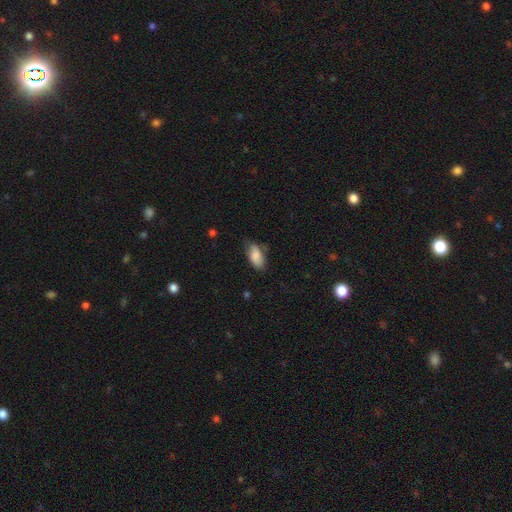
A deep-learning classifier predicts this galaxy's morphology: Smooth or featured? Predicted: smooth (p=0.82). How rounded? Predicted: in between (p=0.92). Merging? Predicted: none (p=0.56).